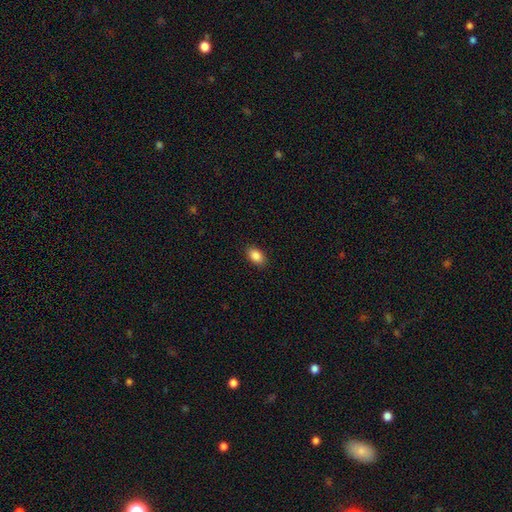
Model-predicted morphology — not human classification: A smooth galaxy with no disk features (88%) that is in between round and cigar-shaped (91%). Merging: none (89%).